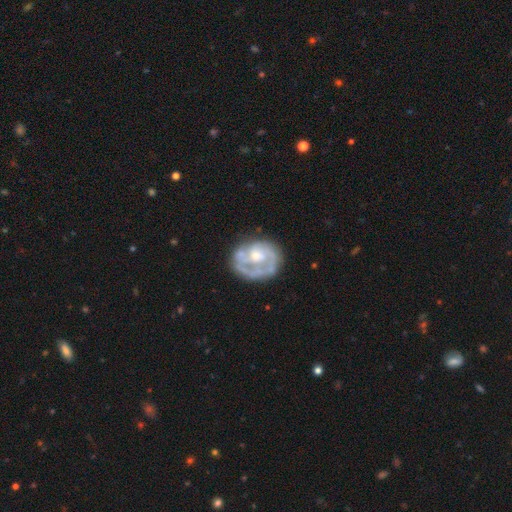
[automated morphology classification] Smooth or featured?
  - featured or disk: 74% *
  - smooth: 20%
  - star or artifact: 6%
Edge-on disk?
  - no: 98% *
  - yes: 2%
Bar?
  - no: 72% *
  - weak: 23%
  - strong: 5%
Spiral arms?
  - yes: 73% *
  - no: 27%
Spiral winding?
  - tight: 53% *
  - medium: 32%
  - loose: 15%
Spiral arm count?
  - 2: 31% *
  - can't tell: 29%
  - 1: 27%
  - 3: 8%
  - 4: 2%
  - more than 4: 2%
Bulge size?
  - small: 46% *
  - moderate: 45%
  - none: 4%
  - large: 3%
  - dominant: 1%
Merging?
  - none: 60% *
  - minor disturbance: 22%
  - major disturbance: 15%
  - merger: 3%